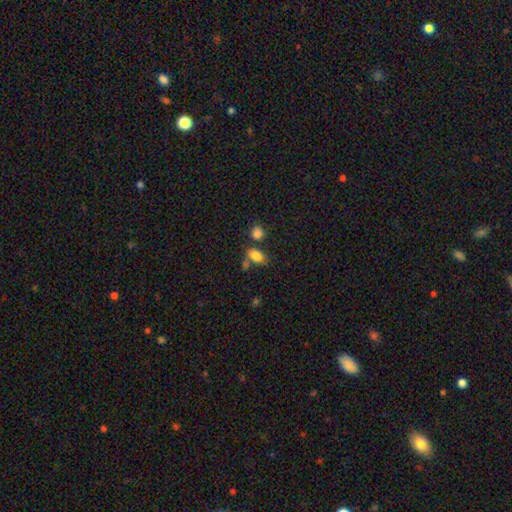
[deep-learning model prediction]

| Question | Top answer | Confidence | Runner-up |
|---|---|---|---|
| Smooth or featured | smooth | 83% | star or artifact (10%) |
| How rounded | in between | 86% | round (11%) |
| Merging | none | 57% | merger (21%) |